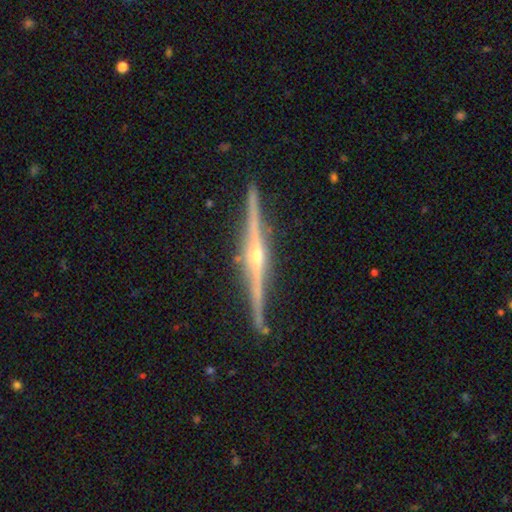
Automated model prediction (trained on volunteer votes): smooth-or-featured: featured or disk: 90% | smooth: 5% | star or artifact: 5%
  disk-edge-on: yes: 99% | no: 1%
    edge-on-bulge: rounded: 90% | none: 6% | boxy: 4%
  merging: none: 90% | minor disturbance: 8% | major disturbance: 1% | merger: 1%